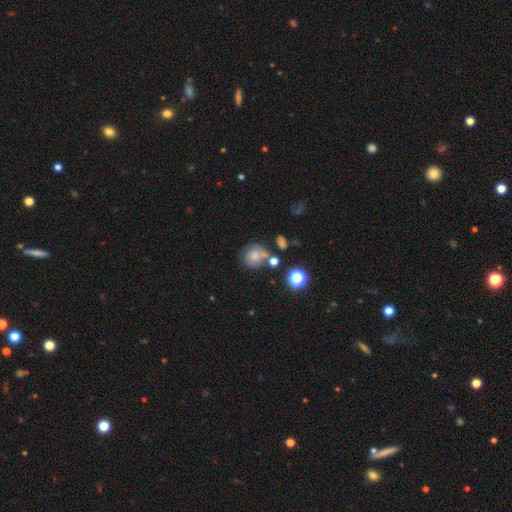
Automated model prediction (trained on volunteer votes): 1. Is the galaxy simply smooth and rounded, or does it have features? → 67% smooth, 19% featured or disk, 14% star or artifact.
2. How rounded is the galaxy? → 83% round, 16% in between, 1% cigar-shaped.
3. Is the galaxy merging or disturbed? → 53% none, 20% merger, 19% minor disturbance, 8% major disturbance.